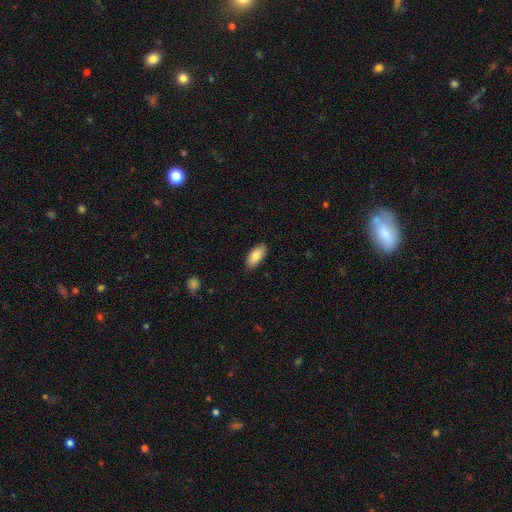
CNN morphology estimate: Smooth or featured: smooth — 85% (featured or disk — 9%)
How rounded: in between — 89% (cigar-shaped — 9%)
Merging: none — 87% (minor disturbance — 11%)